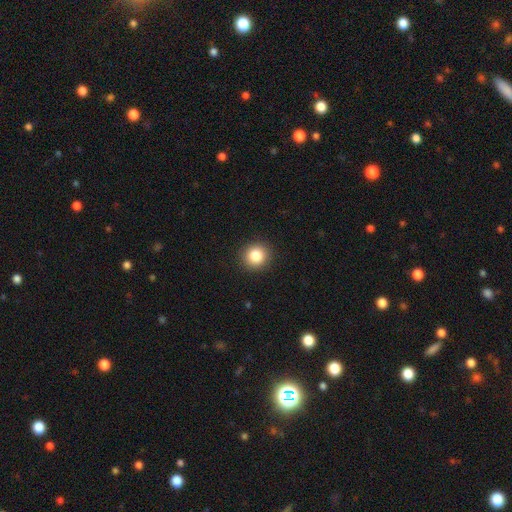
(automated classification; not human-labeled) This appears to be a smooth galaxy with no disk features (85%) that is round (92%). Merging: none (92%).